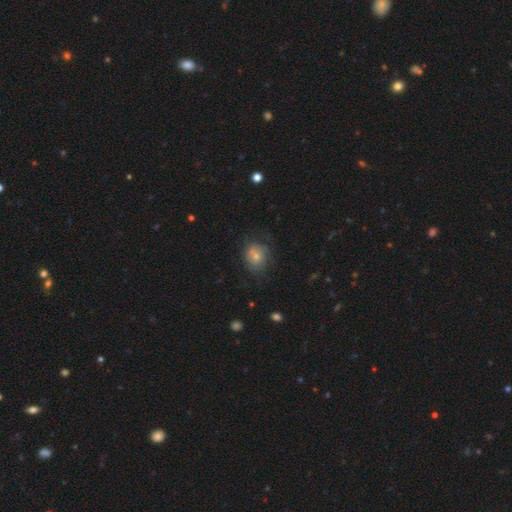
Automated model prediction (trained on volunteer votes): Smooth or featured: smooth — 61% (featured or disk — 29%)
How rounded: round — 63% (in between — 36%)
Merging: none — 59% (minor disturbance — 26%)